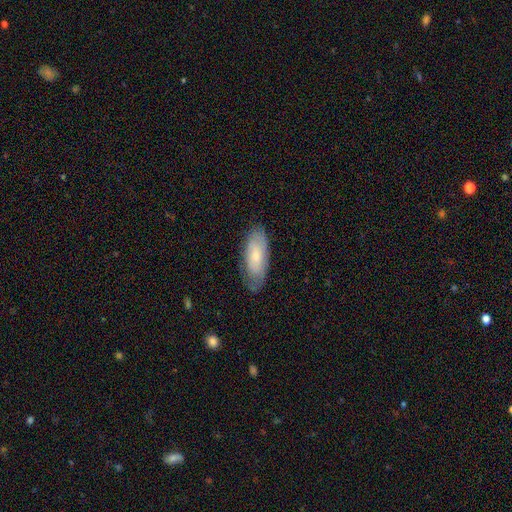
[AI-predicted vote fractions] This appears to be a smooth galaxy with no disk features (58%) that is in between round and cigar-shaped (80%). Merging: none (72%).